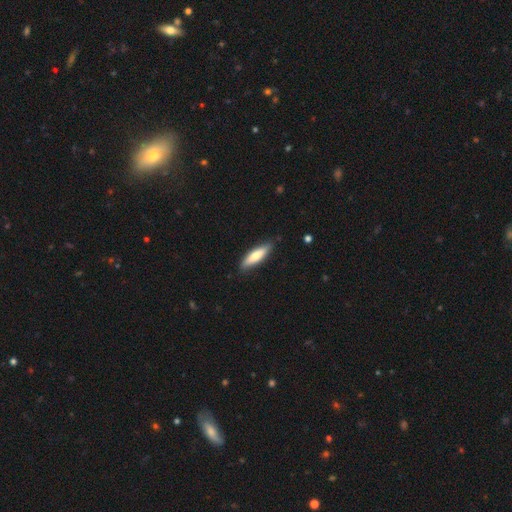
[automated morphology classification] smooth_or_featured: smooth (p=0.68) [alt: featured or disk p=0.27]
how_rounded: cigar-shaped (p=0.65) [alt: in between p=0.34]
merging: none (p=0.84) [alt: minor disturbance p=0.13]